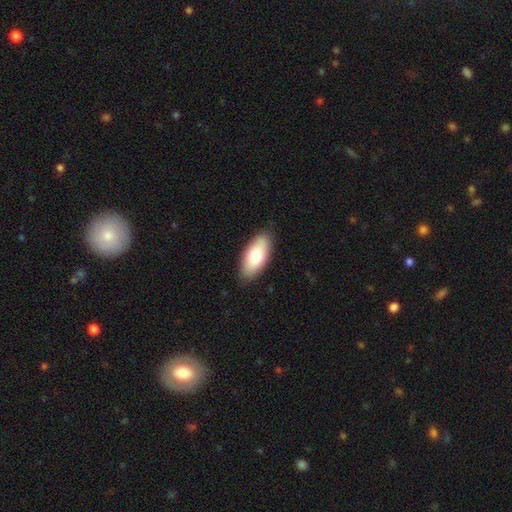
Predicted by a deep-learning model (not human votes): The model was most divided on "smooth or featured": smooth: 76%, featured or disk: 18%, star or artifact: 6%. More confident: merging — none (88%); how rounded — in between (87%).